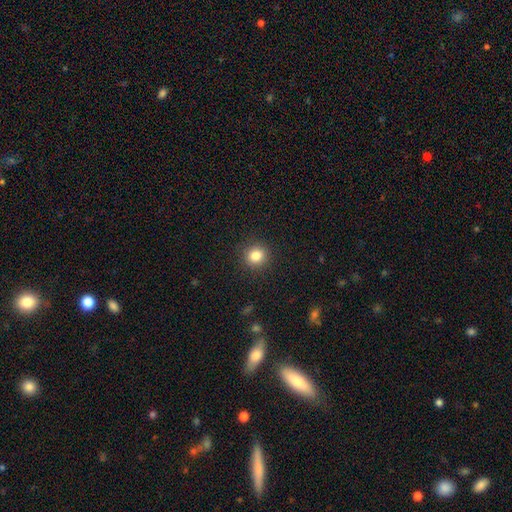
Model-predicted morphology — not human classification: Smooth or featured? Predicted: smooth (p=0.83). How rounded? Predicted: round (p=0.88). Merging? Predicted: none (p=0.91).